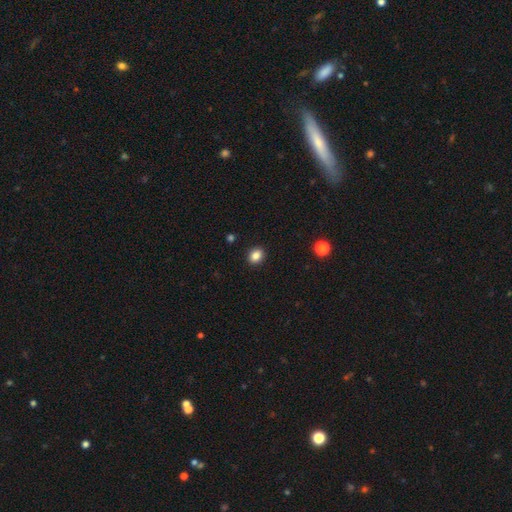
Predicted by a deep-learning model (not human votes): Overall: smooth (86%). How rounded: round (52%; in between 47%). Merging: none (91%).